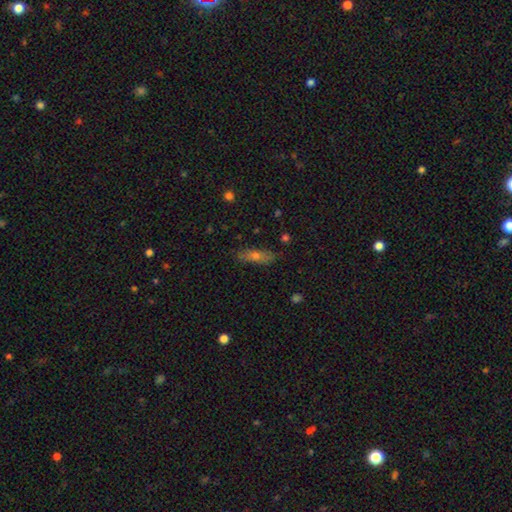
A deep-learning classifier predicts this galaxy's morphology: The model was most divided on "how rounded": cigar-shaped: 56%, in between: 40%, round: 4%. More confident: merging — none (83%); smooth or featured — smooth (58%).